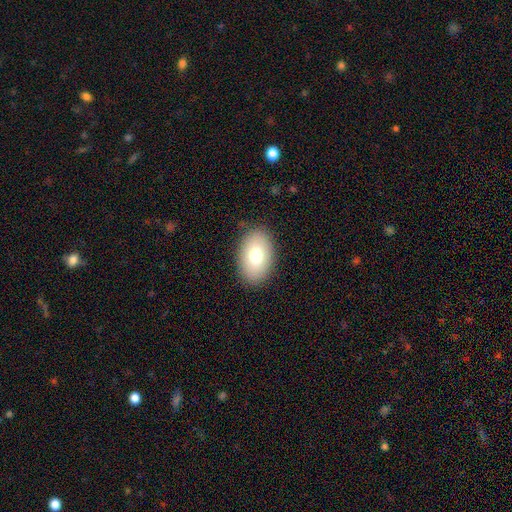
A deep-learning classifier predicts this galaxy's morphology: The model was most divided on "smooth or featured": smooth: 76%, featured or disk: 16%, star or artifact: 8%. More confident: how rounded — in between (90%); merging — none (87%).